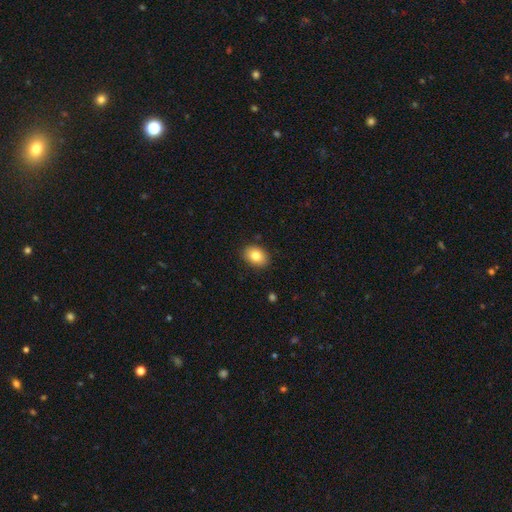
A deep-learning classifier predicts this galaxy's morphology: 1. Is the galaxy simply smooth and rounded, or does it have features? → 82% smooth, 10% featured or disk, 8% star or artifact.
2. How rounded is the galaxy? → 73% in between, 26% round, 1% cigar-shaped.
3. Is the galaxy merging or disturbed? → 88% none, 9% minor disturbance, 2% major disturbance, 1% merger.